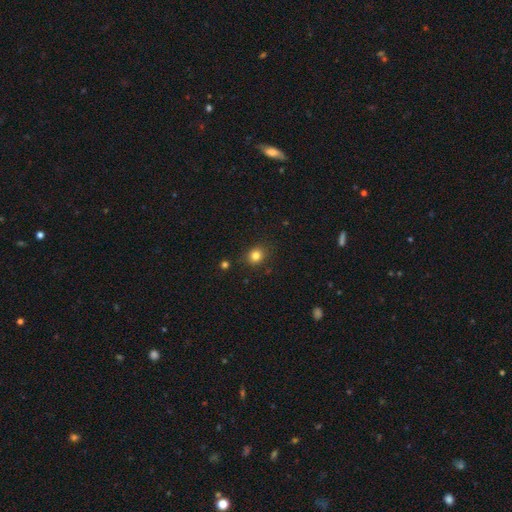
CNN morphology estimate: The model was most divided on "how rounded": round: 76%, in between: 23%, cigar-shaped: 1%. More confident: merging — none (86%); smooth or featured — smooth (82%).